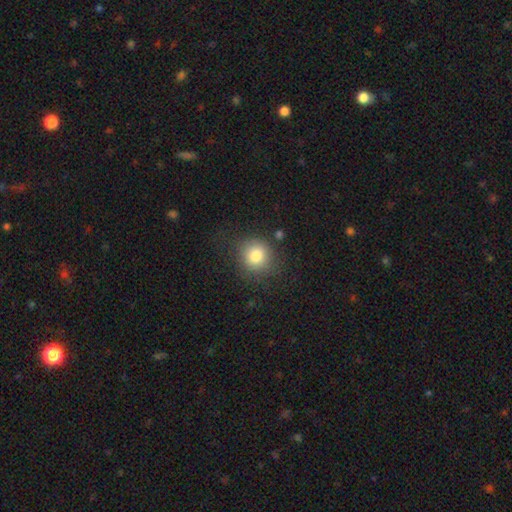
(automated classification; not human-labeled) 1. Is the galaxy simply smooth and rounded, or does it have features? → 81% smooth, 11% star or artifact, 8% featured or disk.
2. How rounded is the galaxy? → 87% round, 12% in between, 1% cigar-shaped.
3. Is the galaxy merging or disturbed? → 79% none, 13% minor disturbance, 6% major disturbance, 2% merger.